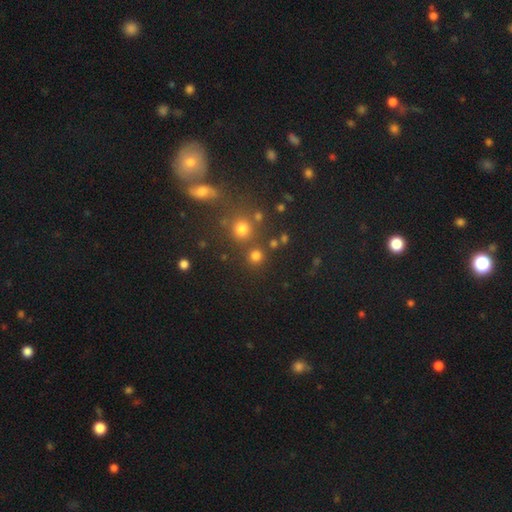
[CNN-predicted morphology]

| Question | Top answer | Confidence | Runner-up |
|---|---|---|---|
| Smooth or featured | smooth | 76% | star or artifact (19%) |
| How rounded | round | 92% | in between (7%) |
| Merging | none | 78% | merger (12%) |